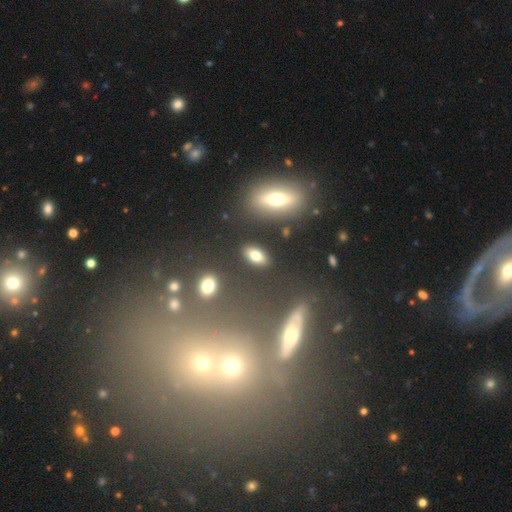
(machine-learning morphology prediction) smooth 76%, featured or disk 13%, star or artifact 11%. Down the decision tree: how rounded — in between (85%); merging — none (86%).